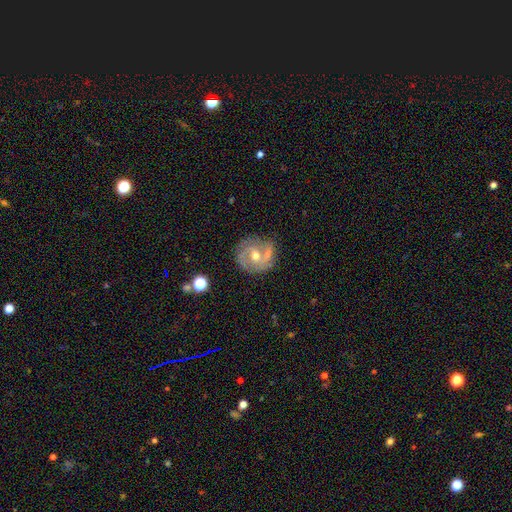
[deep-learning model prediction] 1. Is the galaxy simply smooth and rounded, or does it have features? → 73% featured or disk, 18% smooth, 8% star or artifact.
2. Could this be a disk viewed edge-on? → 97% no, 3% yes.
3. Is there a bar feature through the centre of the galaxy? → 55% no, 35% weak, 10% strong.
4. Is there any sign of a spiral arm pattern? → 87% yes, 13% no.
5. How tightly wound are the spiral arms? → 42% tight (tied), 42% medium (tied), 16% loose.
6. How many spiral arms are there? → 54% 2, 17% can't tell, 17% 3, 6% 1, 3% 4, 3% more than 4.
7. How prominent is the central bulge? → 70% moderate, 26% small, 3% large, 1% none, 1% dominant.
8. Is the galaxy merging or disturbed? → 65% none, 18% minor disturbance, 11% merger, 7% major disturbance.